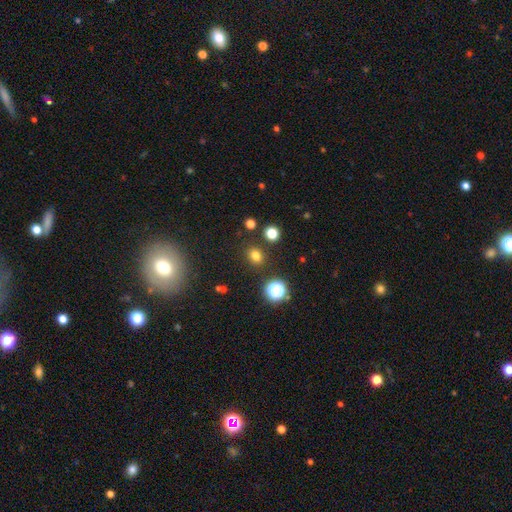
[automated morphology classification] Q: Smooth or featured?
A: smooth (74%); runner-up: star or artifact (20%)
Q: How rounded?
A: round (69%); runner-up: in between (30%)
Q: Merging?
A: none (85%); runner-up: minor disturbance (8%)